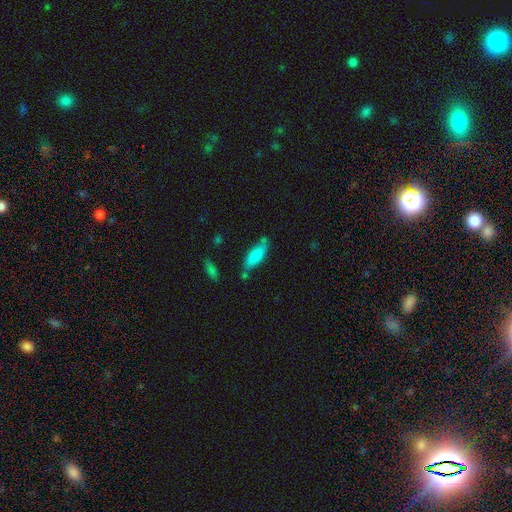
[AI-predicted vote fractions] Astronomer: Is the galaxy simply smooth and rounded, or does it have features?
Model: smooth — 80%.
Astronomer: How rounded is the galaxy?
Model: in between — 59% (runner-up: cigar-shaped, 39%).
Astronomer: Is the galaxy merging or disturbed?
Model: none — 65%.